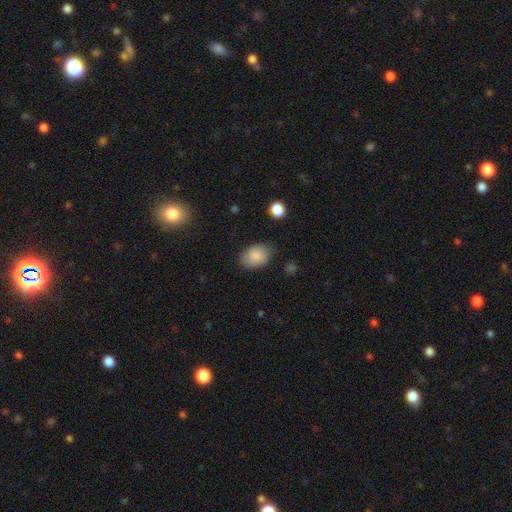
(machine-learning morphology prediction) This appears to be a smooth galaxy with no disk features (86%) that is in between round and cigar-shaped (83%). Merging: none (76%).